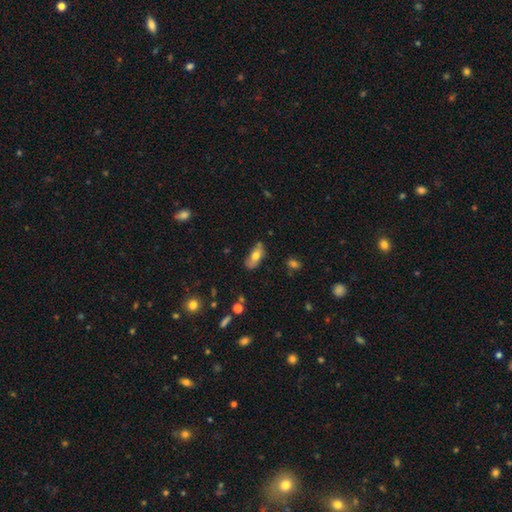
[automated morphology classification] smooth-or-featured: smooth: 65% | featured or disk: 27% | star or artifact: 8%
  how-rounded: in between: 86% | cigar-shaped: 10% | round: 4%
  merging: none: 64% | minor disturbance: 26% | major disturbance: 6% | merger: 4%